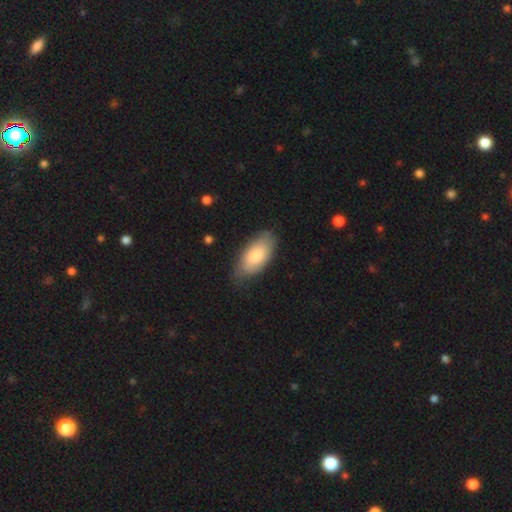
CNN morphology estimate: type=smooth (80%); roundness=in between (94%); merging=none (73%).